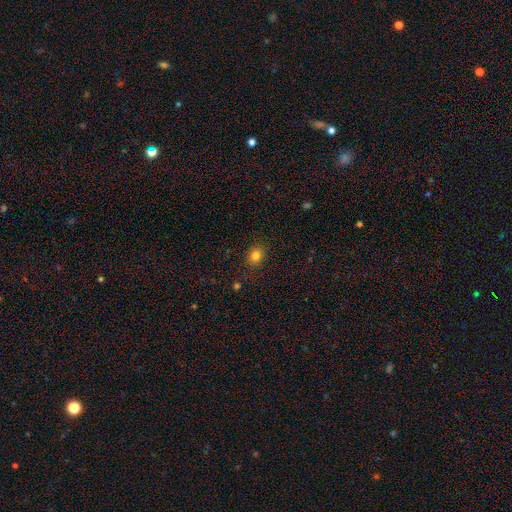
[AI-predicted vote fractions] Overall: smooth (80%). How rounded: round (59%; in between 40%). Merging: none (86%).